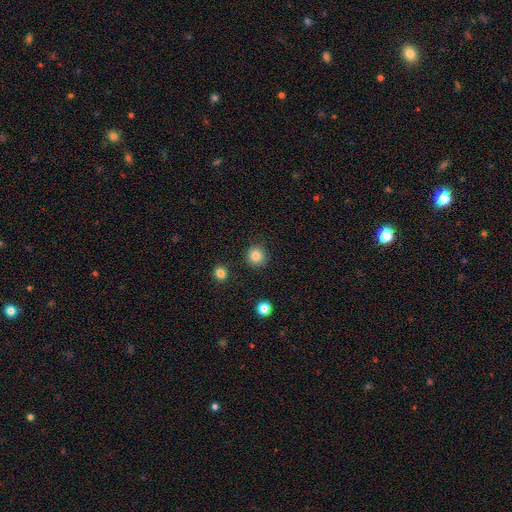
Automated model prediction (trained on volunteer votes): The model was most divided on "smooth or featured": smooth: 84%, star or artifact: 11%, featured or disk: 5%. More confident: how rounded — round (93%); merging — none (88%).